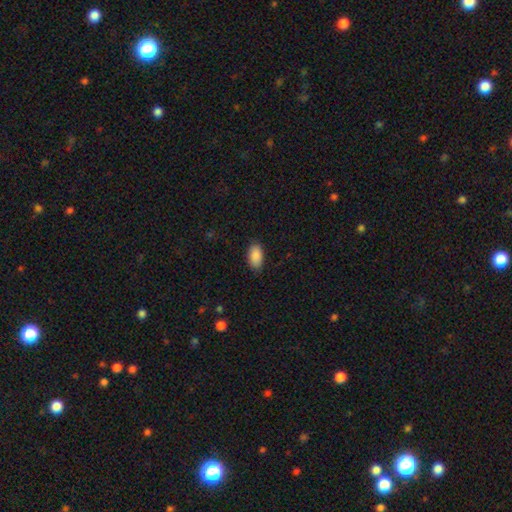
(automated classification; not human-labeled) Smooth or featured?
  - smooth: 90% *
  - star or artifact: 6%
  - featured or disk: 4%
How rounded?
  - in between: 94% *
  - round: 3%
  - cigar-shaped: 3%
Merging?
  - none: 87% *
  - minor disturbance: 10%
  - major disturbance: 2%
  - merger: 1%